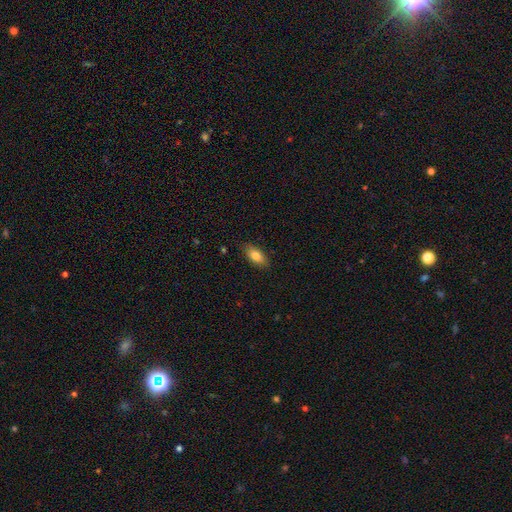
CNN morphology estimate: The model was most divided on "smooth or featured": smooth: 80%, featured or disk: 12%, star or artifact: 7%. More confident: how rounded — in between (88%); merging — none (84%).